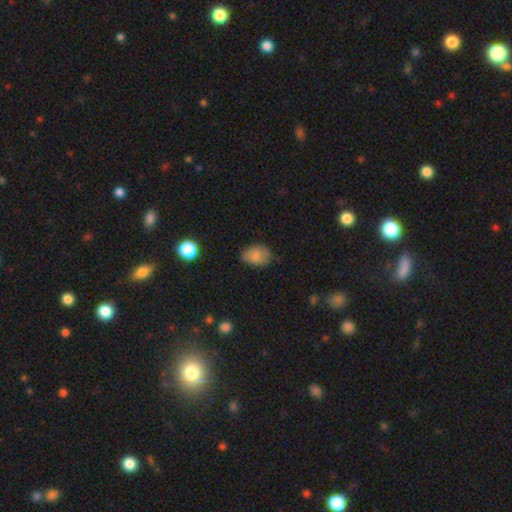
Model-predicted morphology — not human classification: A smooth galaxy with no disk features (81%) that is in between round and cigar-shaped (77%).

Vote fractions:
- Smooth or featured? smooth: 81% / star or artifact: 9% / featured or disk: 9%
- How rounded? in between: 77% / round: 22% / cigar-shaped: 1%
- Merging? none: 68% / minor disturbance: 25% / major disturbance: 6% / merger: 2%